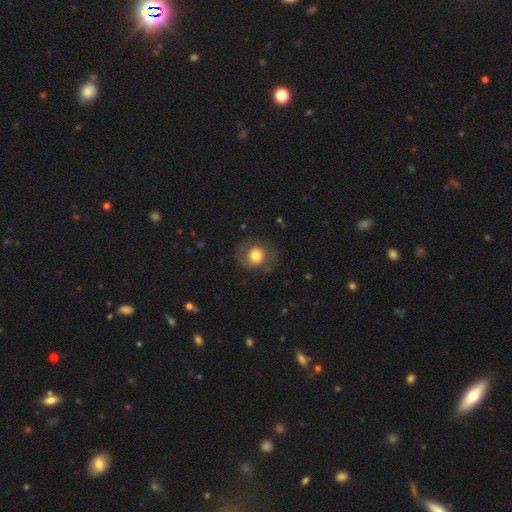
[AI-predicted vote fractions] The model was most divided on "smooth or featured": smooth: 58%, featured or disk: 34%, star or artifact: 8%. More confident: how rounded — round (80%); merging — none (71%).